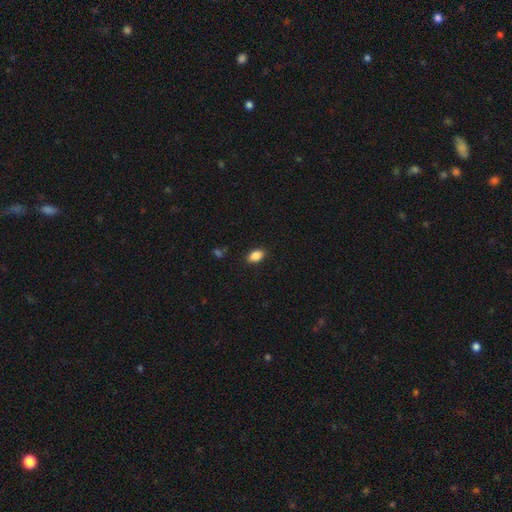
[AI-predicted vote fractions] Smooth or featured?
  - smooth: 87% *
  - star or artifact: 9%
  - featured or disk: 5%
How rounded?
  - in between: 88% *
  - round: 10%
  - cigar-shaped: 2%
Merging?
  - none: 88% *
  - minor disturbance: 9%
  - major disturbance: 2%
  - merger: 1%